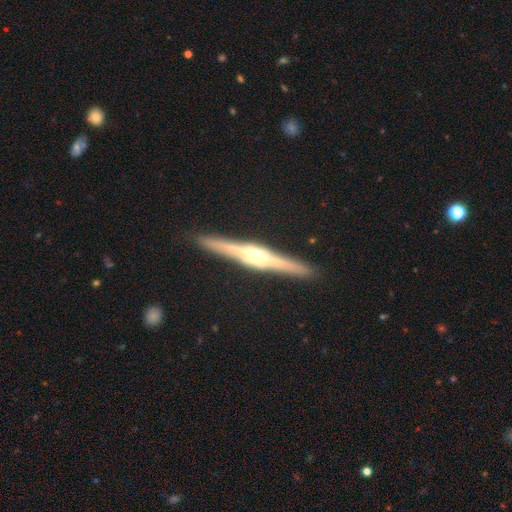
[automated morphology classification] Smooth or featured? featured or disk (85%)
Edge-on disk? yes (98%)
Edge-on bulge? rounded (74%)
Merging? none (91%)